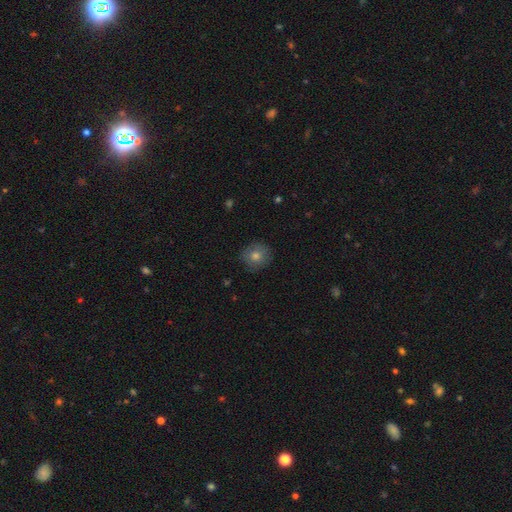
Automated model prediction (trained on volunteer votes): Smooth or featured? Predicted: smooth (p=0.73). How rounded? Predicted: round (p=0.88). Merging? Predicted: none (p=0.87).